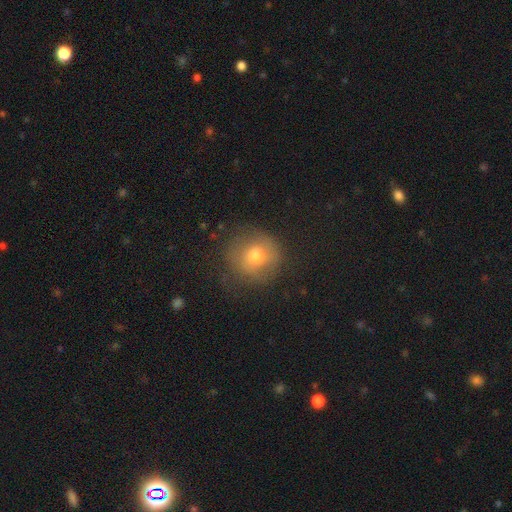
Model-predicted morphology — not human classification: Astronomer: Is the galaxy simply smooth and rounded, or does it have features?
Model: smooth — 66%.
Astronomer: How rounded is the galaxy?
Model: round — 89%.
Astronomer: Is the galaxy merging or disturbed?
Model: none — 74%.